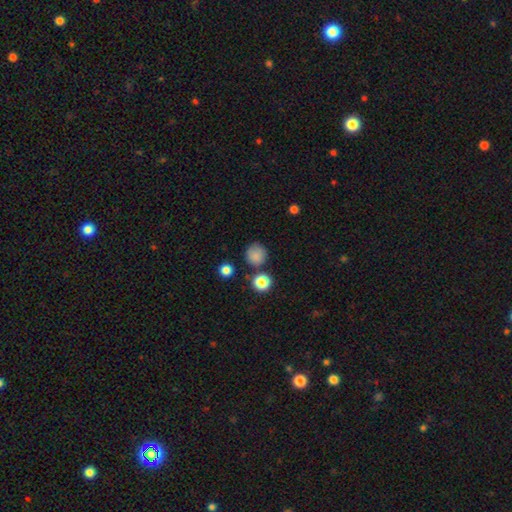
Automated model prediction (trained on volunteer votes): smooth 83%, star or artifact 12%, featured or disk 6%. Down the decision tree: how rounded — round (92%); merging — none (77%).